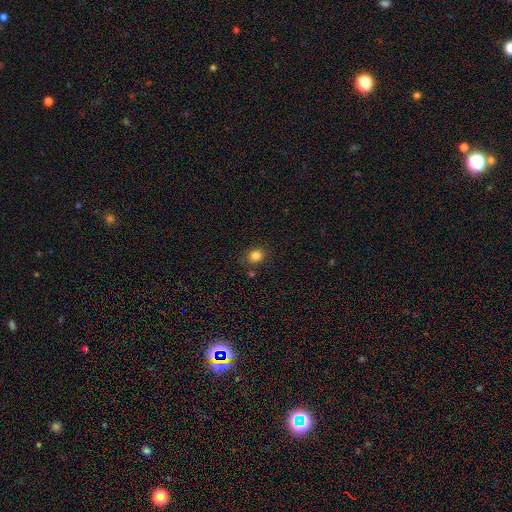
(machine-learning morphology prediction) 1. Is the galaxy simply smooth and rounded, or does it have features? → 83% smooth, 12% star or artifact, 5% featured or disk.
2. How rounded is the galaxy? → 63% round, 36% in between, 1% cigar-shaped.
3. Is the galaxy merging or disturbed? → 79% none, 12% minor disturbance, 6% merger, 3% major disturbance.